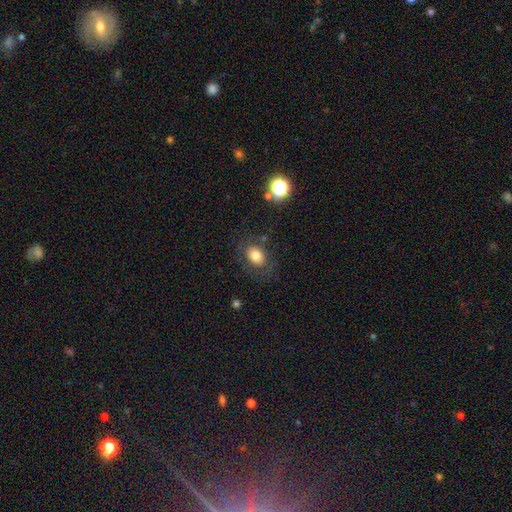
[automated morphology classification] smooth-or-featured: smooth: 77% | featured or disk: 13% | star or artifact: 11%
  how-rounded: in between: 69% | round: 30% | cigar-shaped: 1%
  merging: none: 76% | minor disturbance: 14% | major disturbance: 7% | merger: 3%